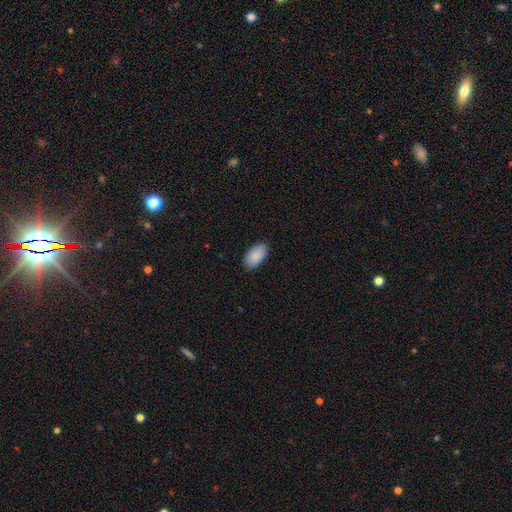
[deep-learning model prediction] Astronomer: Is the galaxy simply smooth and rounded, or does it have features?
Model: smooth — 90%.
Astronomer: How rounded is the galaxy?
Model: in between — 96%.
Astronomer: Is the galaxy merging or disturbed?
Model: none — 87%.